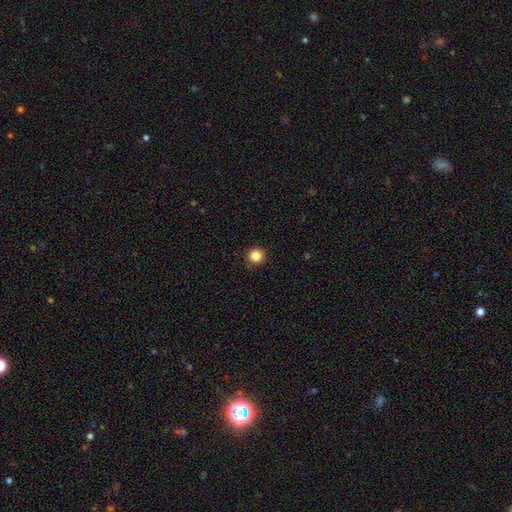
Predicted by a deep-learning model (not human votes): Smooth or featured? smooth (85%)
How rounded? round (93%)
Merging? none (91%)